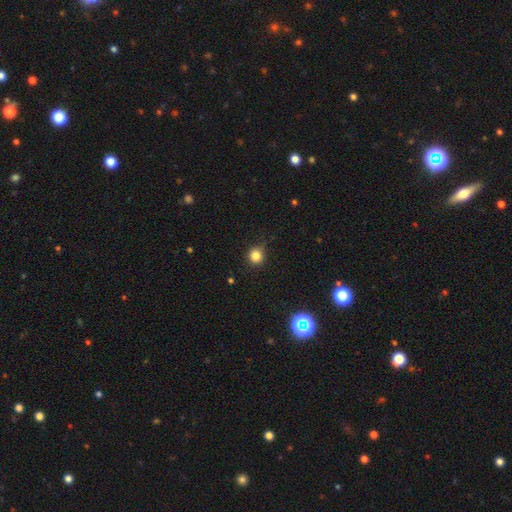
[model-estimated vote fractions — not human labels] Q: Smooth or featured?
A: smooth (82%); runner-up: star or artifact (13%)
Q: How rounded?
A: round (90%); runner-up: in between (9%)
Q: Merging?
A: none (78%); runner-up: minor disturbance (17%)